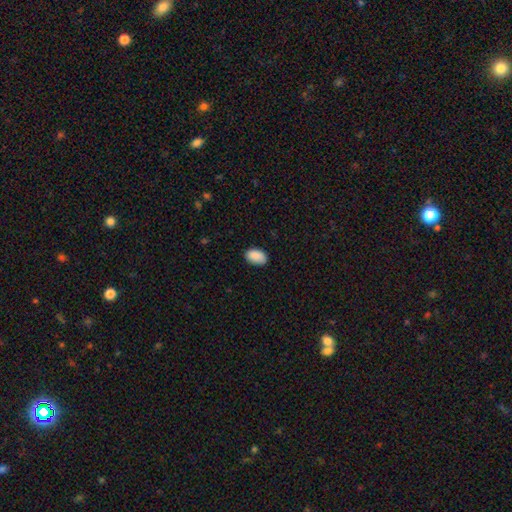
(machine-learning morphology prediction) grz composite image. It shows a smooth galaxy with no disk features (90%) that is in between round and cigar-shaped (91%). Merging: none (85%).